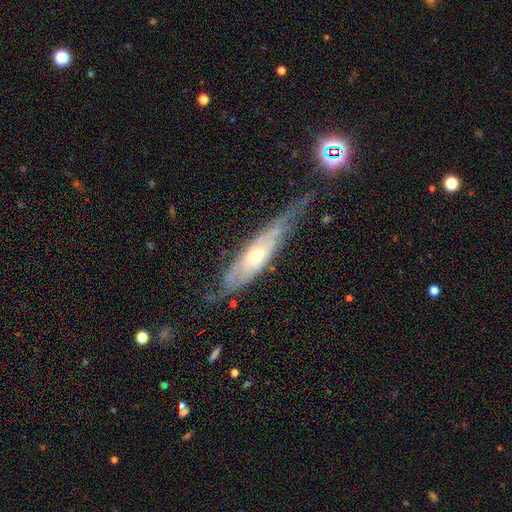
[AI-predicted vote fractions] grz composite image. It shows a featured or disk galaxy (73%). Merging: none (42%).